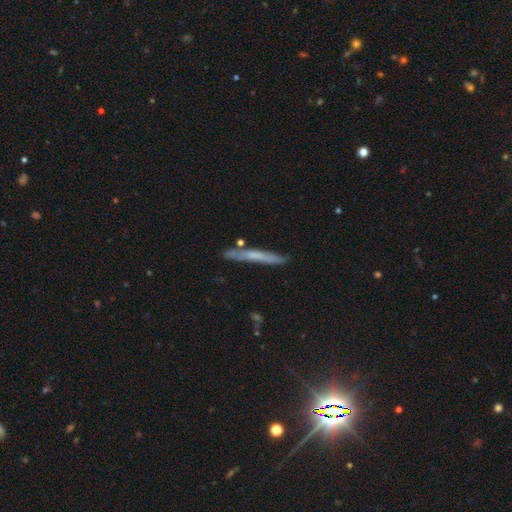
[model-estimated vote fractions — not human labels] This appears to be a smooth galaxy with no disk features (51%) that is cigar-shaped (96%). Merging: none (80%).